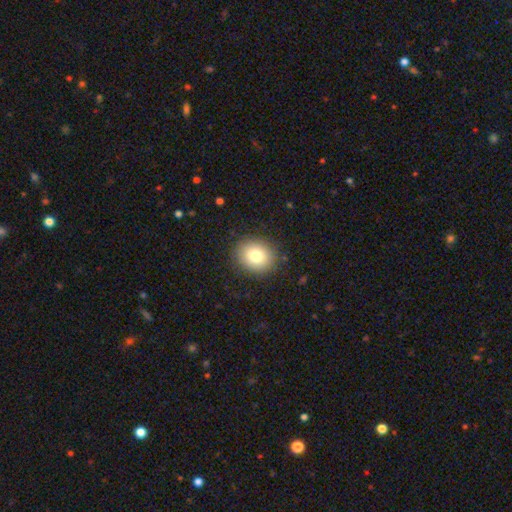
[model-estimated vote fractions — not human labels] Smooth or featured? Predicted: smooth (p=0.79). How rounded? Predicted: round (p=0.74). Merging? Predicted: none (p=0.88).